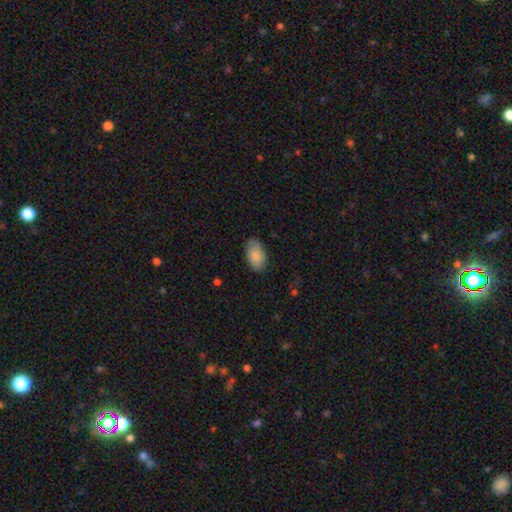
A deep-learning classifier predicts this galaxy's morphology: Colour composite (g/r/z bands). It shows a smooth galaxy with no disk features (87%) that is in between round and cigar-shaped (94%). Merging: none (83%).